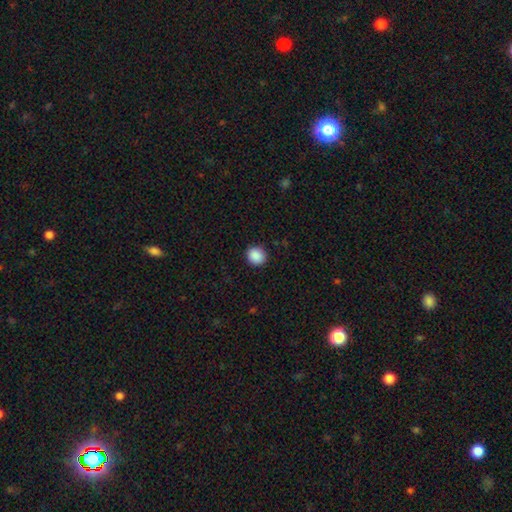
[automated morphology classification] smooth-or-featured: smooth: 89% | star or artifact: 9% | featured or disk: 2%
  how-rounded: round: 86% | in between: 13% | cigar-shaped: 1%
  merging: none: 91% | minor disturbance: 6% | major disturbance: 2% | merger: 1%